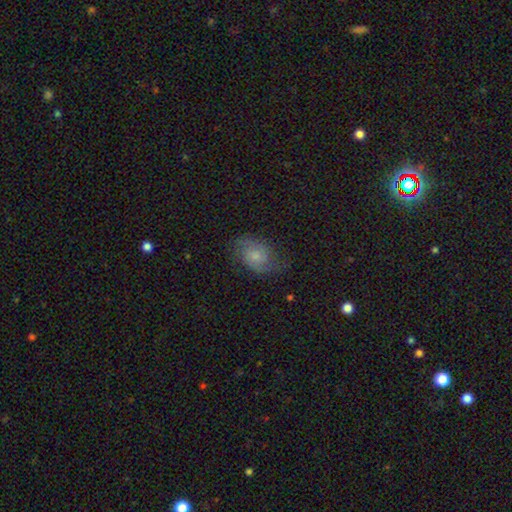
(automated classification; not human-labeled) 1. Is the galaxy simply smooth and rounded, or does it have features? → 62% featured or disk, 29% smooth, 9% star or artifact.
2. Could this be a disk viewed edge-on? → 97% no, 3% yes.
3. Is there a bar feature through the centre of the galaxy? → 68% no, 28% weak, 4% strong.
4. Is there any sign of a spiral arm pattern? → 92% yes, 8% no.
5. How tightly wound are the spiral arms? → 47% medium, 28% loose, 25% tight.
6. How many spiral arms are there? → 84% 2, 8% can't tell, 2% 1, 2% 3, 1% 4, 1% more than 4.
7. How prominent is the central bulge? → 48% small, 33% moderate, 12% none, 5% large, 2% dominant.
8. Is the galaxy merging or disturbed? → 71% none, 19% minor disturbance, 9% major disturbance, 1% merger.